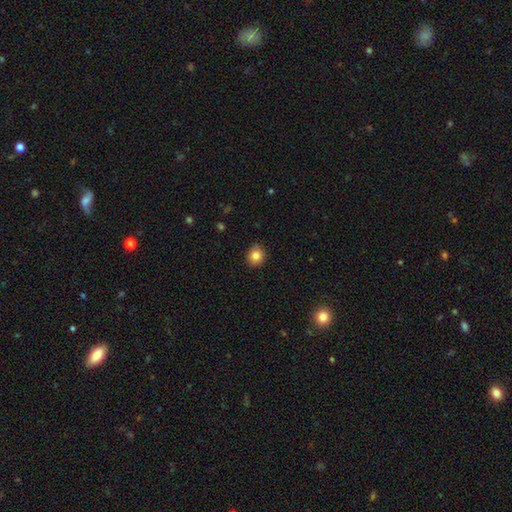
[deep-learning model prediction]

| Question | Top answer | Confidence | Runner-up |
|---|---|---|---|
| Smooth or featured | smooth | 82% | star or artifact (10%) |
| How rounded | round | 79% | in between (20%) |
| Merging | none | 87% | minor disturbance (10%) |